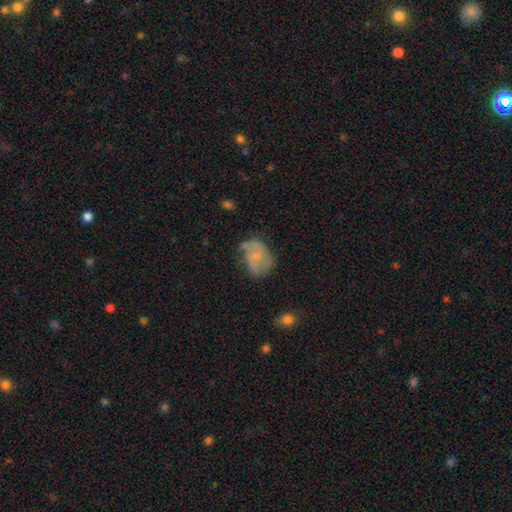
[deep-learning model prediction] smooth-or-featured: featured or disk: 46% | smooth: 44% | star or artifact: 10%
  merging: none: 45% | minor disturbance: 31% | major disturbance: 21% | merger: 4%